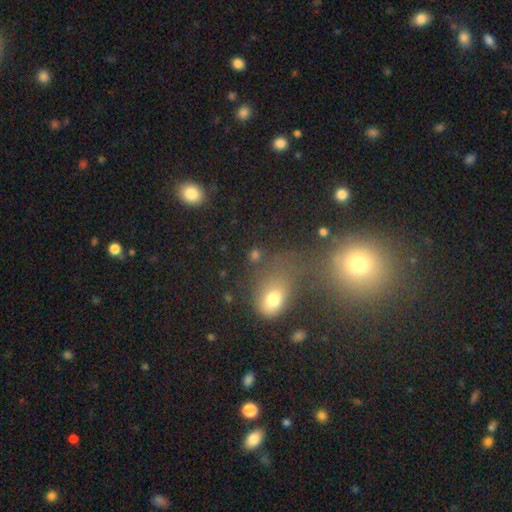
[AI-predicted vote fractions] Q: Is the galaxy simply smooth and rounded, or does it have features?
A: smooth — 66%.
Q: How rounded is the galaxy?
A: round — 51%.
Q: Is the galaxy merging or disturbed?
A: none — 55%.